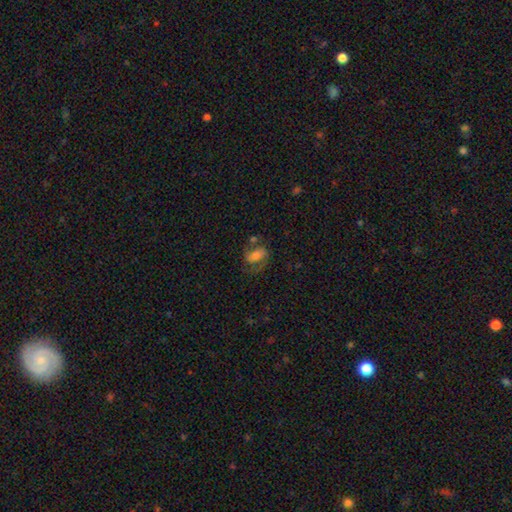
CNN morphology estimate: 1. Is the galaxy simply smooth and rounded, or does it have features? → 52% featured or disk, 39% smooth, 9% star or artifact.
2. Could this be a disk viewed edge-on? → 95% no, 5% yes.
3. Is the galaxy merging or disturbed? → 50% none, 21% minor disturbance, 18% major disturbance, 10% merger.